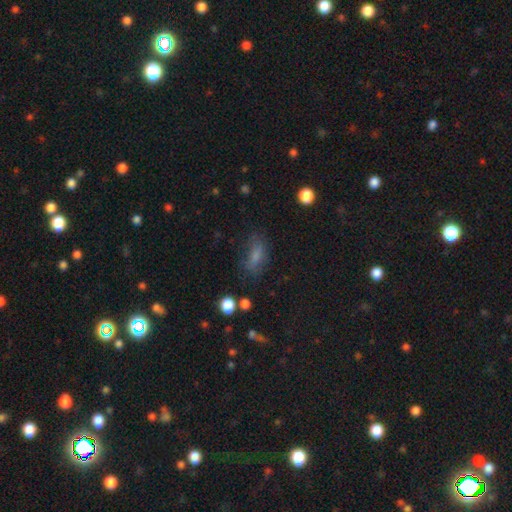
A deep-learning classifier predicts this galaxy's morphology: smooth 70%, featured or disk 16%, star or artifact 15%. Down the decision tree: how rounded — in between (76%); merging — none (58%).